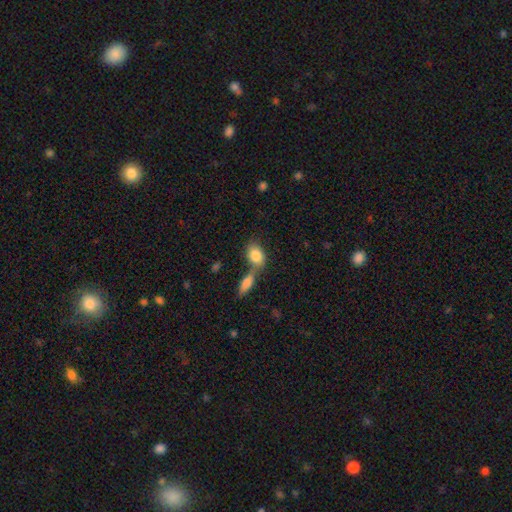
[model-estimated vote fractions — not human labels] smooth_or_featured: smooth (p=0.84) [alt: featured or disk p=0.09]
how_rounded: in between (p=0.80) [alt: round p=0.17]
merging: merger (p=0.44) [alt: none p=0.41]